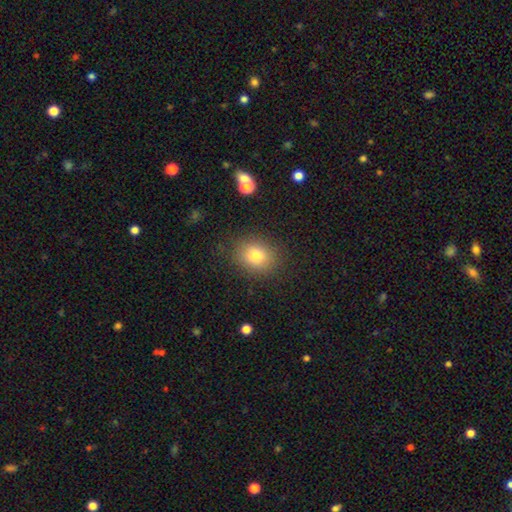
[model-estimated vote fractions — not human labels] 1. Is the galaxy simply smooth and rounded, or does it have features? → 78% smooth, 12% star or artifact, 9% featured or disk.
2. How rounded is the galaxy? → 59% round, 40% in between, 1% cigar-shaped.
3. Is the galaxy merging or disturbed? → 85% none, 10% minor disturbance, 4% major disturbance, 1% merger.